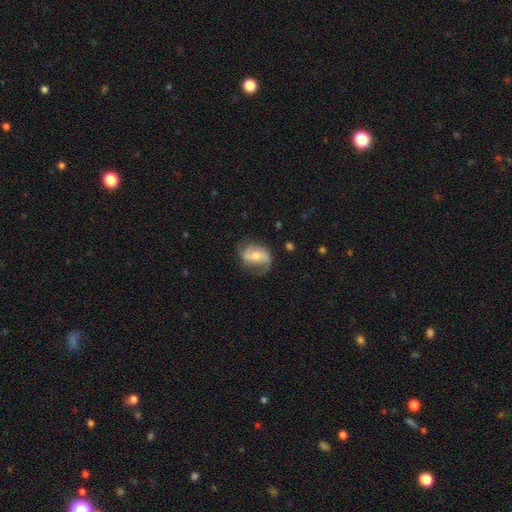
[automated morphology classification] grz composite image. It shows a featured or disk galaxy (68%) with no bar (41%), 2 (76%) loose (49%) spiral arms (89%) and a moderate central bulge (53%). Merging: none (59%).